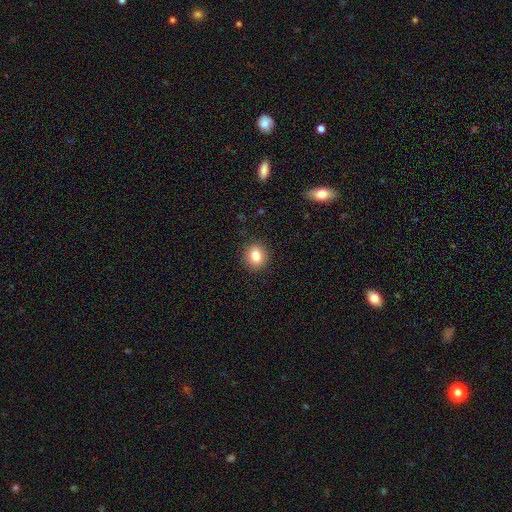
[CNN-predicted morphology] A smooth galaxy with no disk features (83%) that is round (79%). Merging: none (90%).